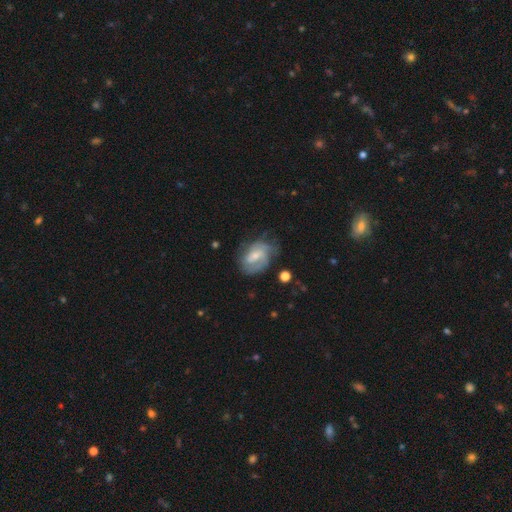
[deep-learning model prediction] A featured or disk galaxy (68%) with a weak bar (47%), 2 (38%) medium (42%) spiral arms (84%) and a small central bulge (58%).

Vote fractions:
- Smooth or featured? featured or disk: 68% / smooth: 25% / star or artifact: 7%
- Edge-on disk? no: 97% / yes: 3%
- Bar? weak: 47% / no: 41% / strong: 12%
- Spiral arms? yes: 84% / no: 16%
- Spiral winding? medium: 42% / tight: 37% / loose: 21%
- Spiral arm count? 2: 38% / can't tell: 32% / 3: 15% / 1: 9% / 4: 4% / more than 4: 3%
- Bulge size? small: 58% / moderate: 34% / none: 5% / large: 2% / dominant: 1%
- Merging? none: 52% / minor disturbance: 27% / major disturbance: 19% / merger: 3%